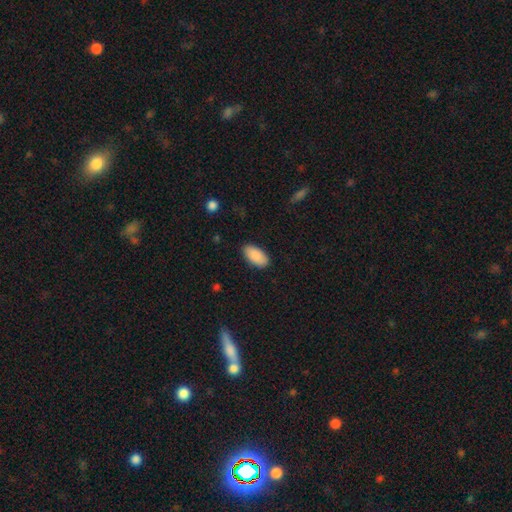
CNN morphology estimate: Smooth or featured: smooth — 90% (star or artifact — 6%)
How rounded: in between — 95% (cigar-shaped — 3%)
Merging: none — 87% (minor disturbance — 10%)